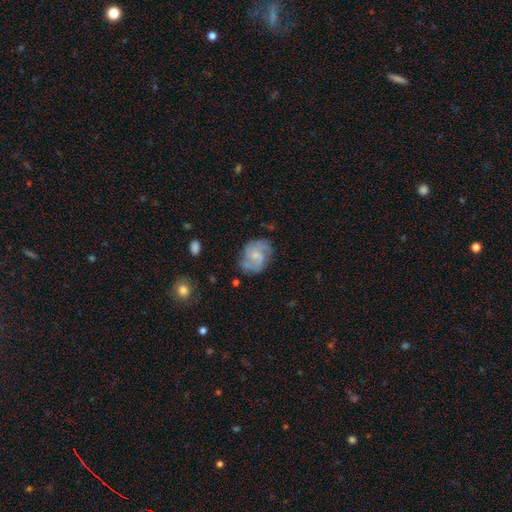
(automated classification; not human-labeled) Overall: featured or disk (66%; smooth 27%). Edge-on disk: no (98%). Bar: no (64%; weak 32%). Spiral arms: yes (86%). Spiral arm count: 2 (46%; can't tell 23%). Spiral winding: medium (48%; tight 30%). Bulge size: small (48%; moderate 29%). Merging: none (64%).